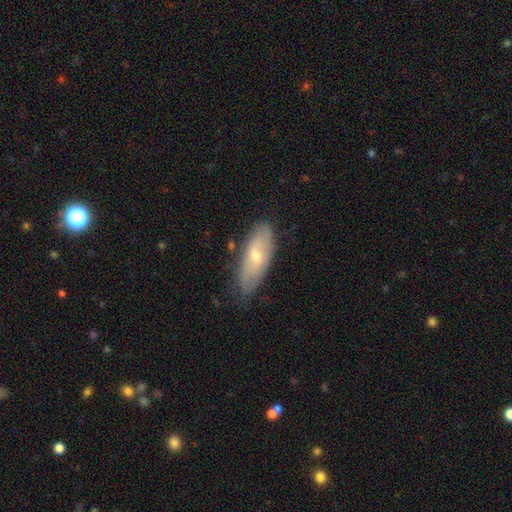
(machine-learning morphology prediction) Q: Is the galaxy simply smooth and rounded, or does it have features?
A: smooth — 52%.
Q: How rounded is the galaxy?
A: in between — 70%.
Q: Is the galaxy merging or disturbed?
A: none — 71%.